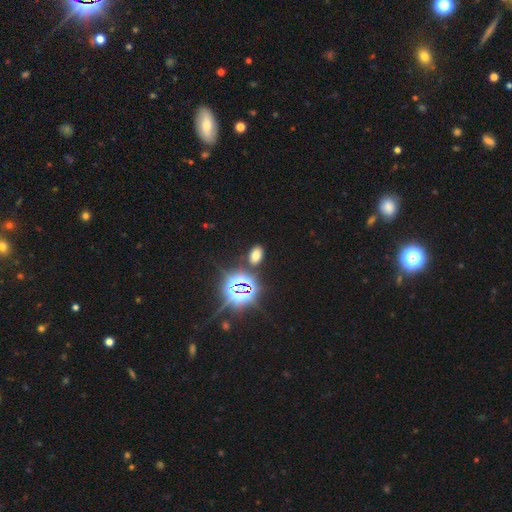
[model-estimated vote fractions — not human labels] Q: Smooth or featured?
A: smooth (58%); runner-up: star or artifact (35%)
Q: How rounded?
A: in between (88%); runner-up: round (11%)
Q: Merging?
A: none (85%); runner-up: minor disturbance (8%)